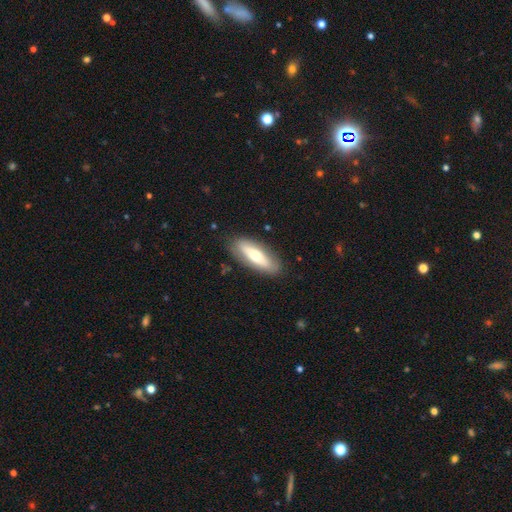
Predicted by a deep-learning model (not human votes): Smooth or featured?
  - smooth: 55% *
  - featured or disk: 39%
  - star or artifact: 6%
How rounded?
  - in between: 56% *
  - cigar-shaped: 41%
  - round: 2%
Merging?
  - none: 85% *
  - minor disturbance: 11%
  - major disturbance: 3%
  - merger: 1%